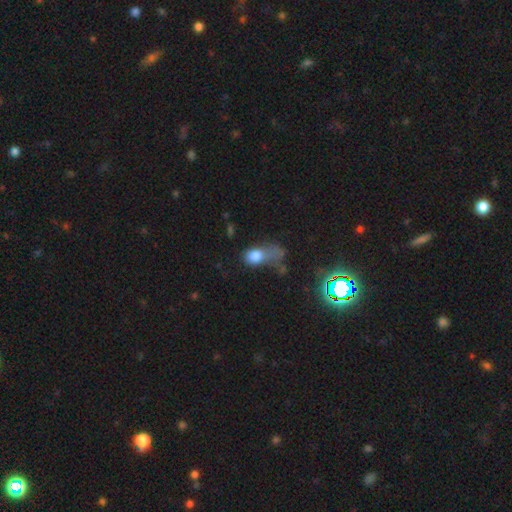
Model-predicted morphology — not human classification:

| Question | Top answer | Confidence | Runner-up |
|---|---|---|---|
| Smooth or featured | smooth | 72% | featured or disk (14%) |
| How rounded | in between | 71% | round (25%) |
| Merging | major disturbance | 50% | minor disturbance (19%) |